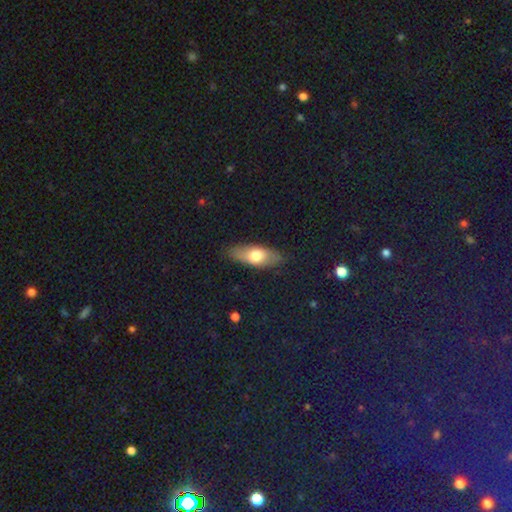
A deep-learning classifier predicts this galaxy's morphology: smooth-or-featured: smooth: 65% | featured or disk: 28% | star or artifact: 6%
  how-rounded: in between: 72% | cigar-shaped: 24% | round: 3%
  merging: none: 85% | minor disturbance: 11% | major disturbance: 3% | merger: 1%